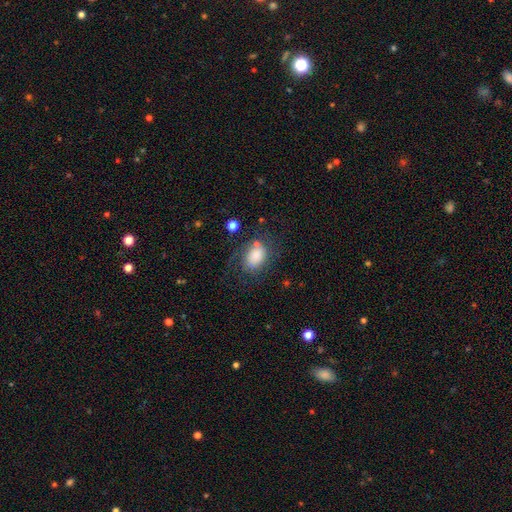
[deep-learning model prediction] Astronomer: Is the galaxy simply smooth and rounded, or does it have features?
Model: smooth — 75%.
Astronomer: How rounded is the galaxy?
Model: in between — 73%.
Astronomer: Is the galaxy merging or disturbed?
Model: none — 58%.